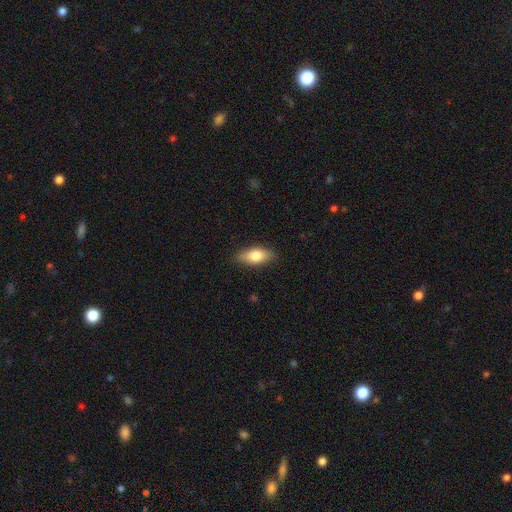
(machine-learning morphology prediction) smooth-or-featured: smooth: 78% | featured or disk: 16% | star or artifact: 6%
  how-rounded: in between: 83% | cigar-shaped: 13% | round: 4%
  merging: none: 85% | minor disturbance: 12% | major disturbance: 2% | merger: 1%